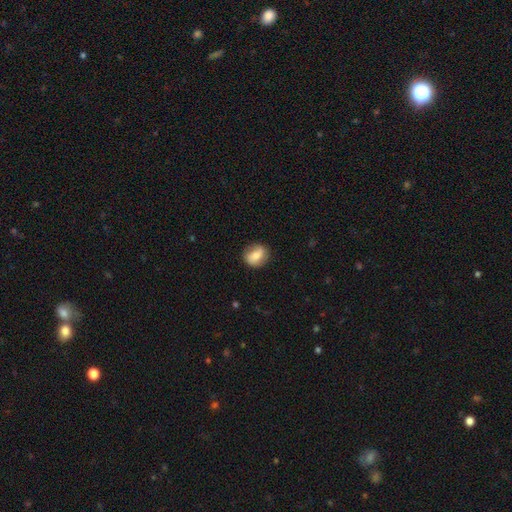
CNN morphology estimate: type=smooth (65%); roundness=round (63%); merging=none (79%).